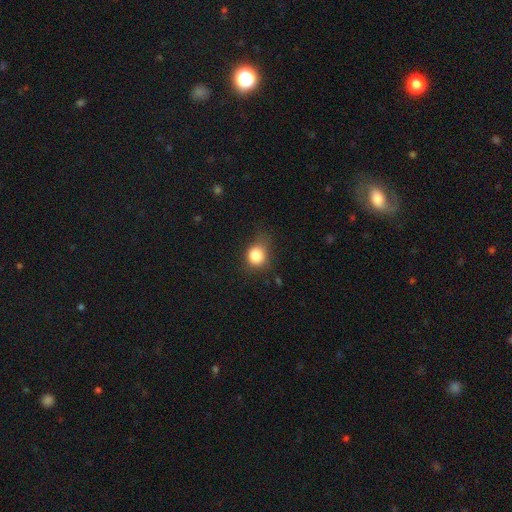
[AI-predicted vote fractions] A smooth galaxy with no disk features (82%) that is round (74%). Merging: none (55%).